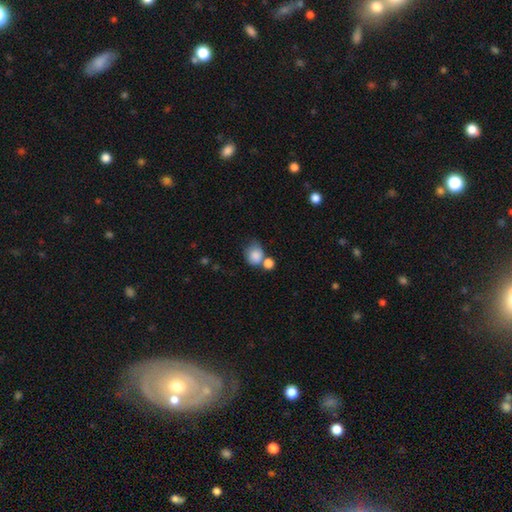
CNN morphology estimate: A smooth galaxy with no disk features (83%) that is round (63%).

Vote fractions:
- Smooth or featured? smooth: 83% / featured or disk: 9% / star or artifact: 8%
- How rounded? round: 63% / in between: 36% / cigar-shaped: 1%
- Merging? merger: 38% / none: 37% / minor disturbance: 17% / major disturbance: 8%